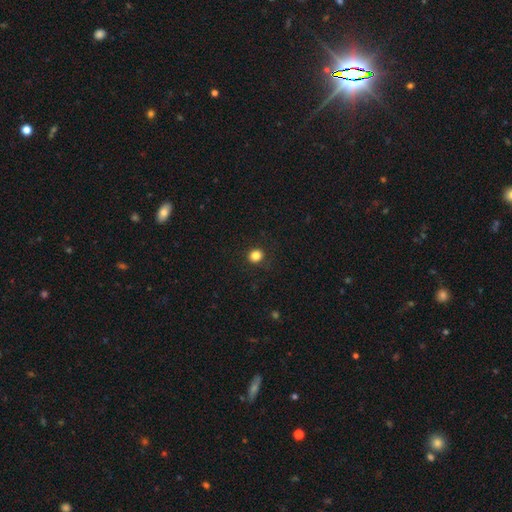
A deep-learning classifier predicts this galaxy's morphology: smooth 84%, star or artifact 12%, featured or disk 4%. Down the decision tree: how rounded — round (88%); merging — none (89%).